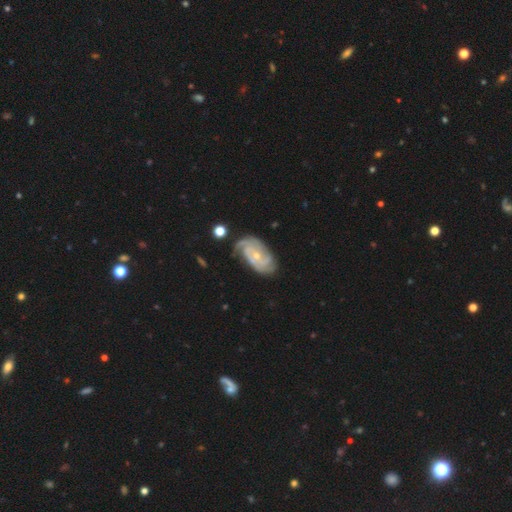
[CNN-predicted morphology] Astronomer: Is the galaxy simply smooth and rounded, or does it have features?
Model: featured or disk — 86%.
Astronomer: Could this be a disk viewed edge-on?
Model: no — 96%.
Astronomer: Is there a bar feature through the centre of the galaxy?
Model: no — 68%.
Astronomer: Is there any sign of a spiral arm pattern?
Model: yes — 96%.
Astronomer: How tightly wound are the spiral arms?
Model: tight — 60%.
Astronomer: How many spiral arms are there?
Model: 3 — 31% (runner-up: can't tell, 22%).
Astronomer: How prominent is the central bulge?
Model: small — 63%.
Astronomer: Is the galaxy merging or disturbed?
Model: none — 66%.